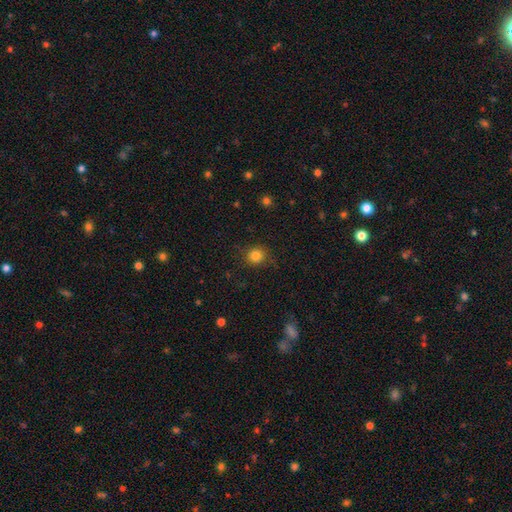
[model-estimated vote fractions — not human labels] A smooth galaxy with no disk features (82%) that is round (88%).

Vote fractions:
- Smooth or featured? smooth: 82% / star or artifact: 13% / featured or disk: 5%
- How rounded? round: 88% / in between: 11% / cigar-shaped: 1%
- Merging? none: 84% / minor disturbance: 12% / major disturbance: 3% / merger: 1%